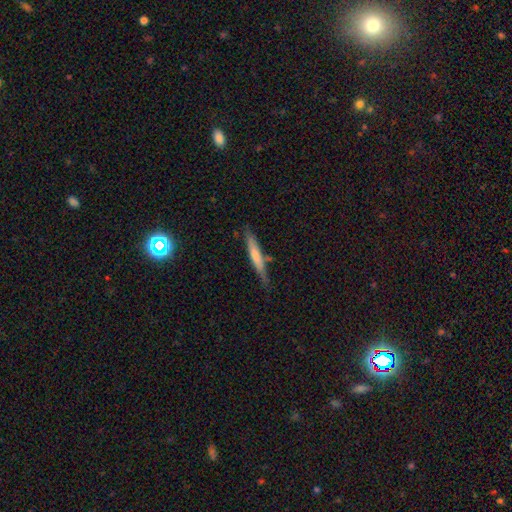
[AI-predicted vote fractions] Smooth or featured? smooth (60%)
How rounded? cigar-shaped (93%)
Merging? none (72%)